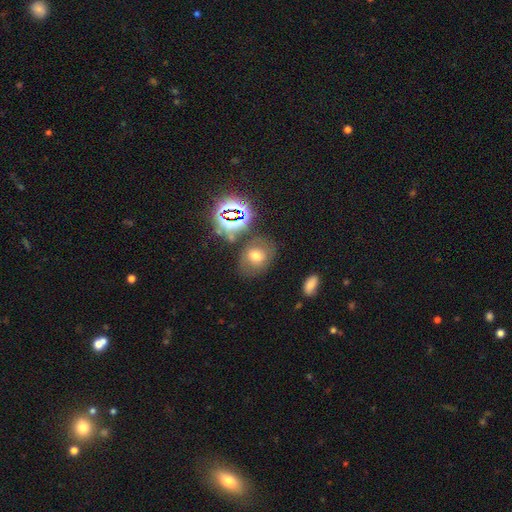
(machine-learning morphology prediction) A smooth galaxy with no disk features (56%) that is round (52%).

Vote fractions:
- Smooth or featured? smooth: 56% / star or artifact: 23% / featured or disk: 21%
- How rounded? round: 52% / in between: 46% / cigar-shaped: 1%
- Merging? none: 68% / minor disturbance: 17% / major disturbance: 8% / merger: 7%